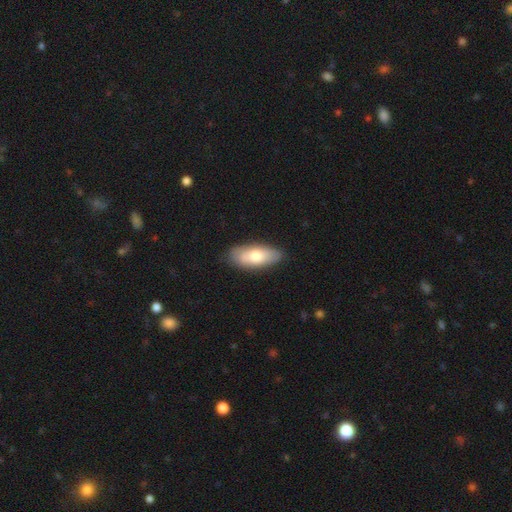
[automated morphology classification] Smooth or featured? Predicted: smooth (p=0.70). How rounded? Predicted: in between (p=0.83). Merging? Predicted: none (p=0.84).